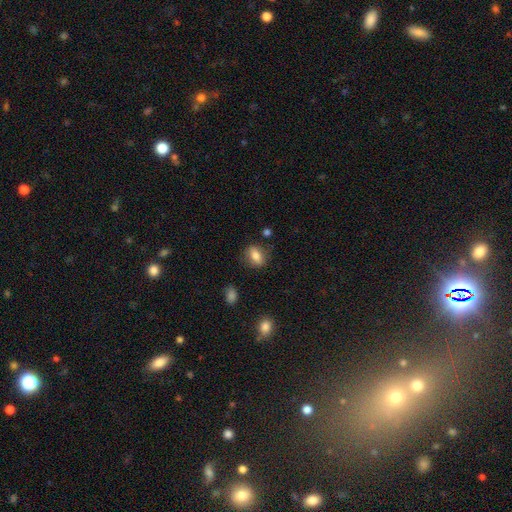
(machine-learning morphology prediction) smooth-or-featured: smooth: 77% | featured or disk: 15% | star or artifact: 8%
  how-rounded: in between: 72% | round: 23% | cigar-shaped: 5%
  merging: none: 78% | minor disturbance: 15% | major disturbance: 5% | merger: 2%